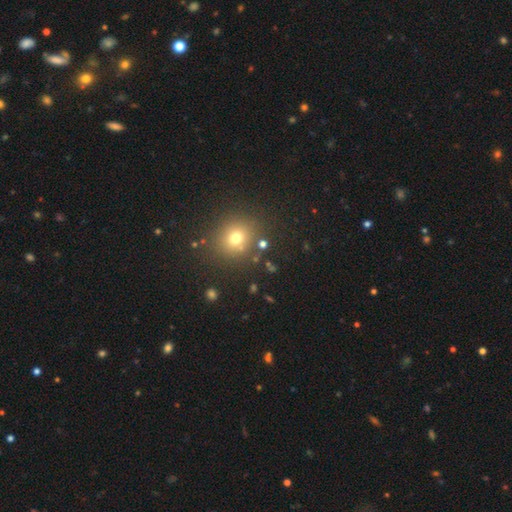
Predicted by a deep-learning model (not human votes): smooth-or-featured: smooth: 58% | star or artifact: 35% | featured or disk: 8%
  how-rounded: round: 88% | in between: 11% | cigar-shaped: 1%
  merging: none: 87% | minor disturbance: 7% | merger: 4% | major disturbance: 3%